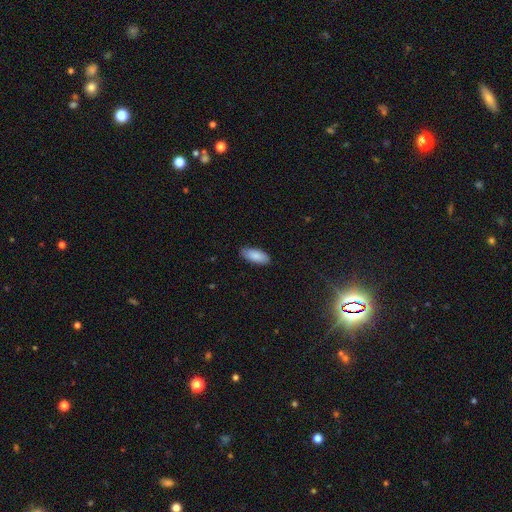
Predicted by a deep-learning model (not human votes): Smooth or featured? Predicted: smooth (p=0.87). How rounded? Predicted: in between (p=0.85). Merging? Predicted: none (p=0.87).